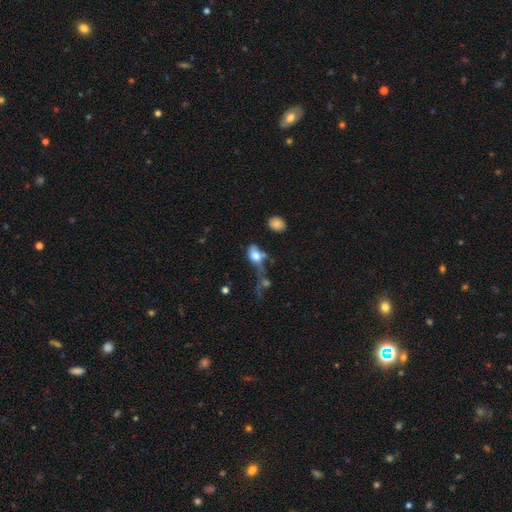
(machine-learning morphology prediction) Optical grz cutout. It shows a smooth galaxy with no disk features (70%) that is in between round and cigar-shaped (74%). Merging: major disturbance (32%).